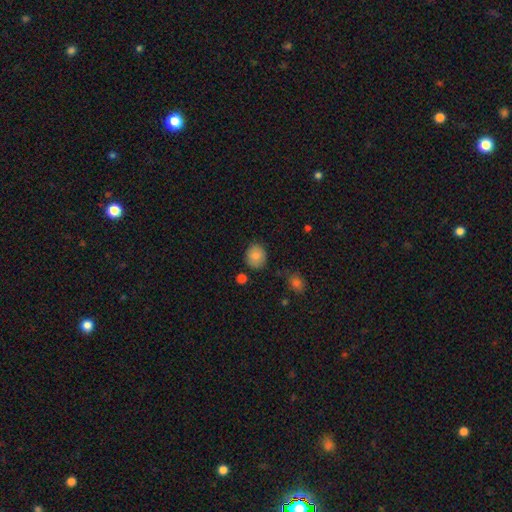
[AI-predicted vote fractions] Smooth or featured: smooth — 86% (star or artifact — 8%)
How rounded: round — 74% (in between — 25%)
Merging: none — 82% (minor disturbance — 12%)